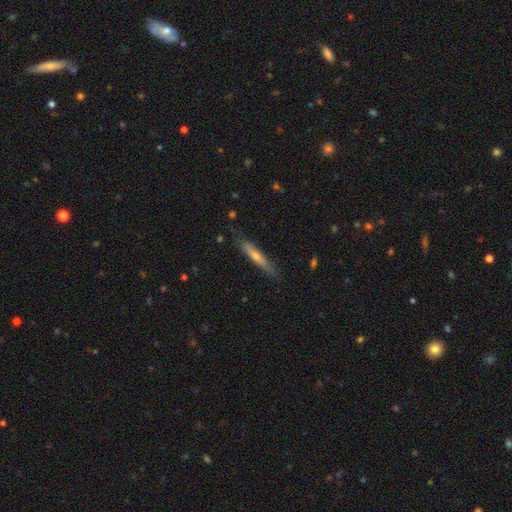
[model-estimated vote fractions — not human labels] smooth-or-featured: featured or disk: 49% | smooth: 45% | star or artifact: 6%
  merging: none: 82% | minor disturbance: 14% | major disturbance: 2% | merger: 1%